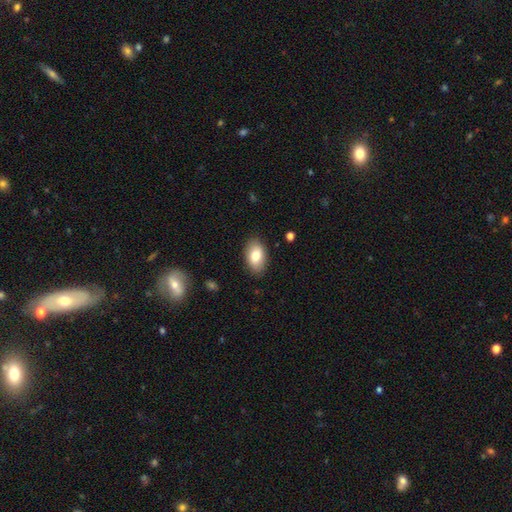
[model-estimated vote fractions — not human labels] This appears to be a smooth galaxy with no disk features (80%) that is in between round and cigar-shaped (92%). Merging: none (87%).